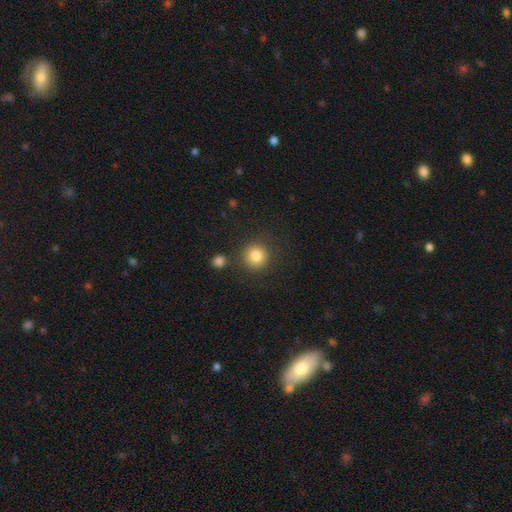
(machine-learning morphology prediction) A smooth galaxy with no disk features (84%) that is round (93%). Merging: none (84%).